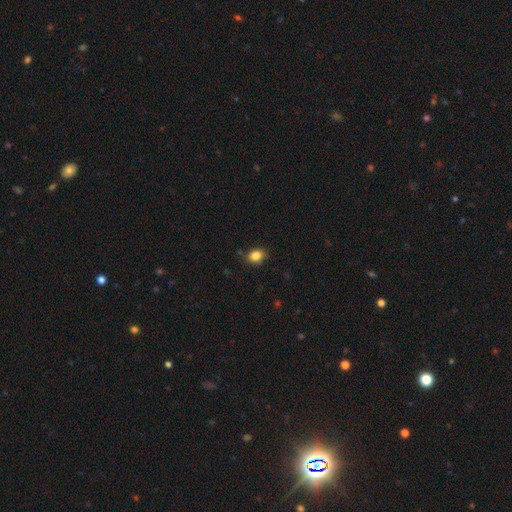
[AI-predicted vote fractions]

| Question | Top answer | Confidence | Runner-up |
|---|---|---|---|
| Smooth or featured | smooth | 85% | star or artifact (10%) |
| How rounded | in between | 54% | round (44%) |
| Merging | none | 82% | minor disturbance (14%) |